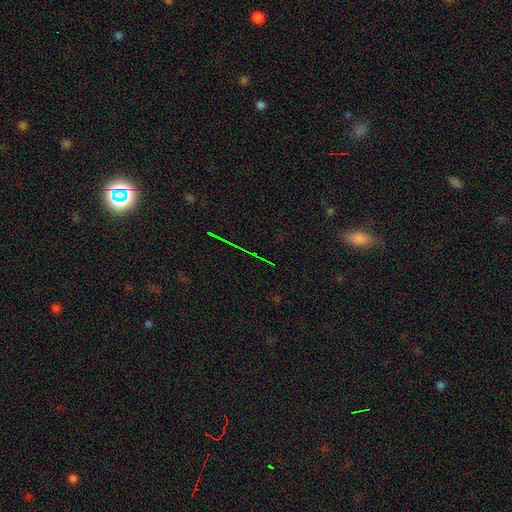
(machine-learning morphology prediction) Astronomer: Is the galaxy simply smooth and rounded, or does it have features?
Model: star or artifact — 80%.